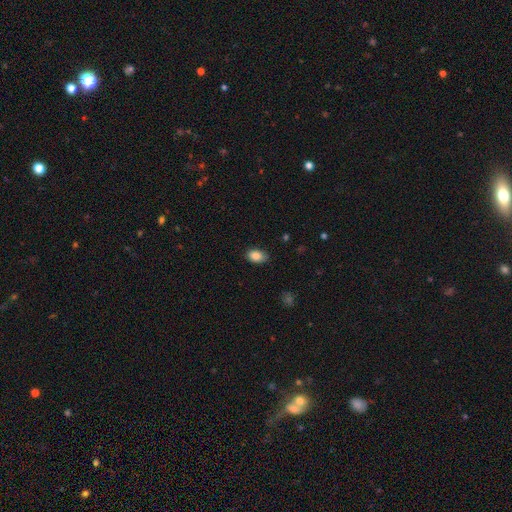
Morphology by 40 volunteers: A smooth galaxy with no disk features (90%) that is in between round and cigar-shaped (83%). Merging: none (71%).